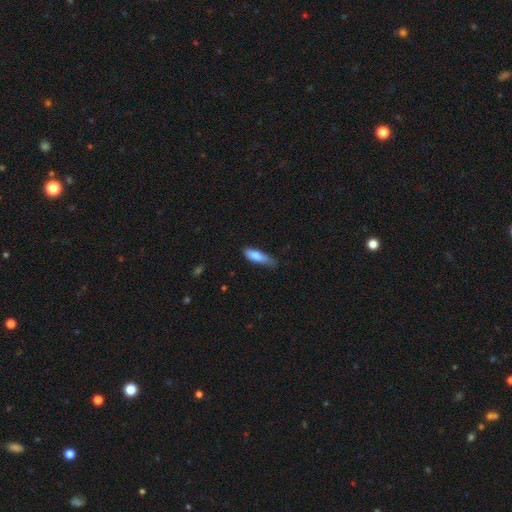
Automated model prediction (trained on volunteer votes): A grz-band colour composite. It shows a smooth galaxy with no disk features (75%) that is cigar-shaped (51%). Merging: none (49%).